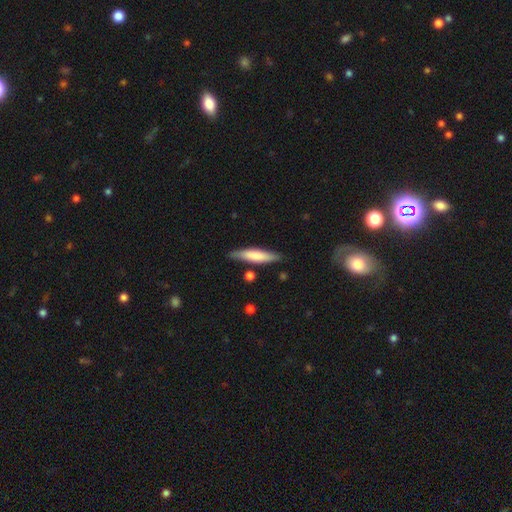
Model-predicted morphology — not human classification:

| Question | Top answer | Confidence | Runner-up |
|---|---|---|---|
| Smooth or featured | smooth | 70% | featured or disk (24%) |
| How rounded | cigar-shaped | 82% | in between (16%) |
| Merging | none | 82% | minor disturbance (13%) |